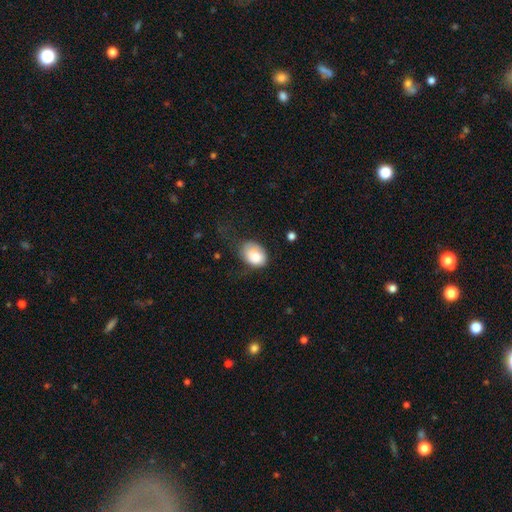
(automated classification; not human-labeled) Overall: smooth (83%). How rounded: in between (76%). Merging: none (43%; minor disturbance 34%).